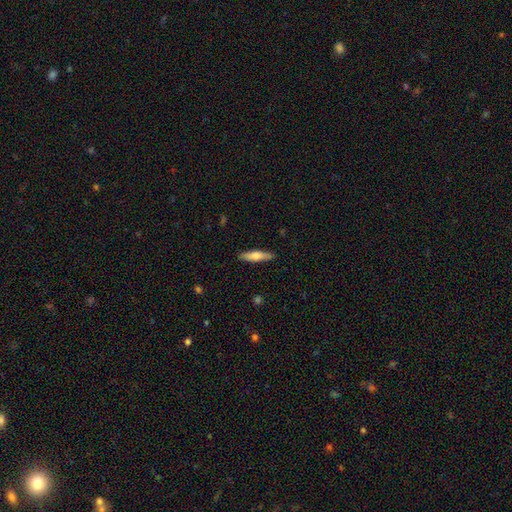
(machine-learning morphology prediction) Smooth or featured: smooth — 65% (featured or disk — 29%)
How rounded: cigar-shaped — 75% (in between — 23%)
Merging: none — 90% (minor disturbance — 8%)